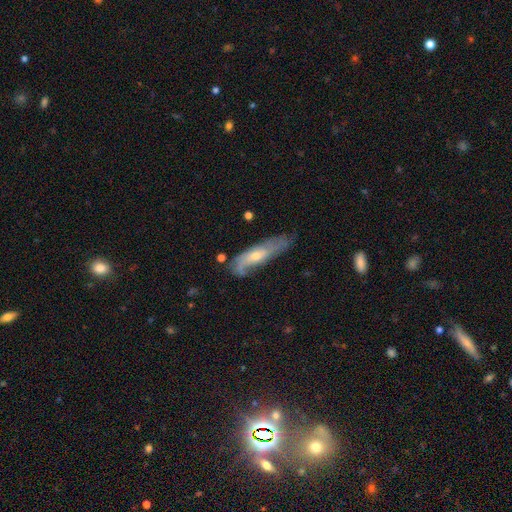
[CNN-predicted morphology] This is likely a featured or disk galaxy (61%). It is likely not viewed edge-on (66%). Merging: possibly none (54%).